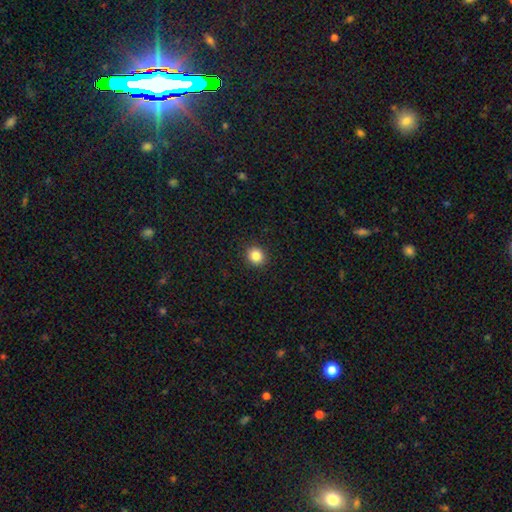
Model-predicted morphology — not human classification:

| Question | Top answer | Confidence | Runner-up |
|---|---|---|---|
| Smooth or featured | smooth | 85% | star or artifact (11%) |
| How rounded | round | 84% | in between (15%) |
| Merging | none | 92% | minor disturbance (5%) |